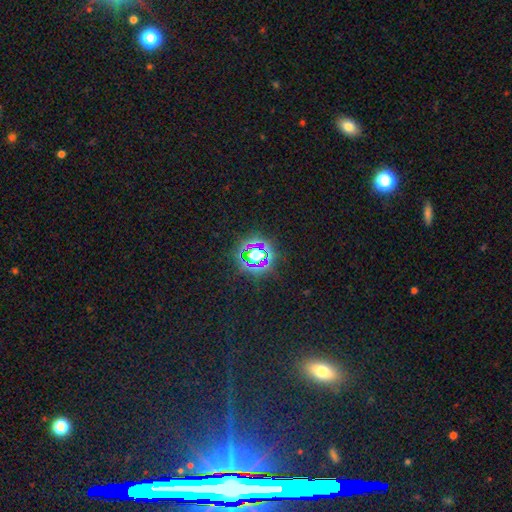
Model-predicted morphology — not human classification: type=star or artifact (66%).